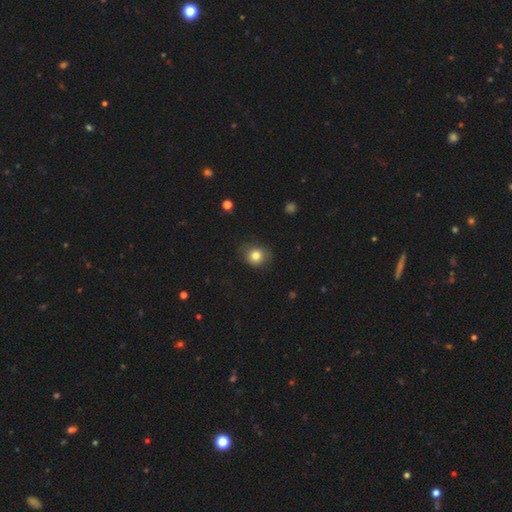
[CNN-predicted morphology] smooth 82%, star or artifact 10%, featured or disk 8%. Down the decision tree: how rounded — round (74%); merging — none (77%).